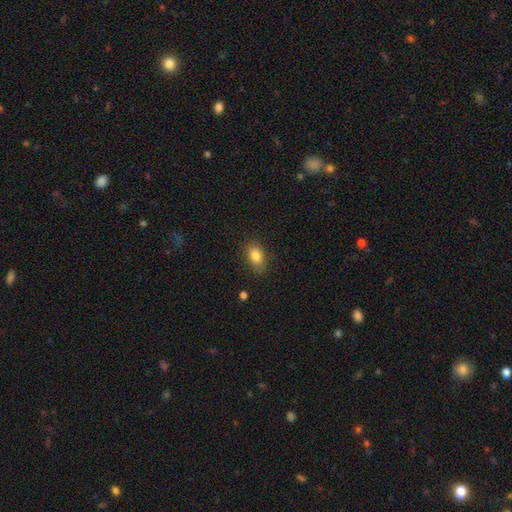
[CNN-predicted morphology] Smooth or featured: smooth — 83% (star or artifact — 9%)
How rounded: in between — 82% (round — 16%)
Merging: none — 81% (minor disturbance — 14%)